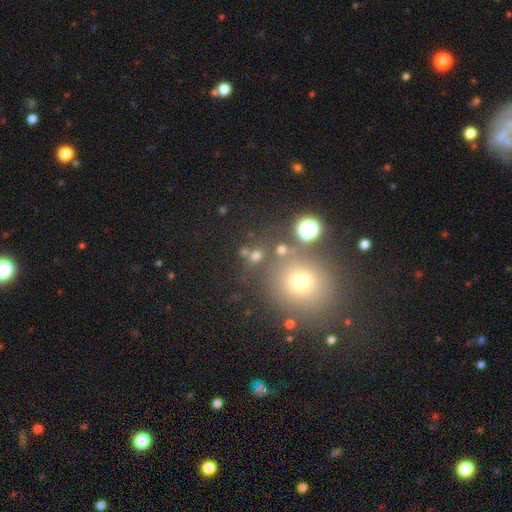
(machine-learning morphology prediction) Smooth or featured?
  - smooth: 57% *
  - star or artifact: 32%
  - featured or disk: 10%
How rounded?
  - round: 84% *
  - in between: 15%
  - cigar-shaped: 2%
Merging?
  - none: 72% *
  - merger: 13%
  - minor disturbance: 9%
  - major disturbance: 5%